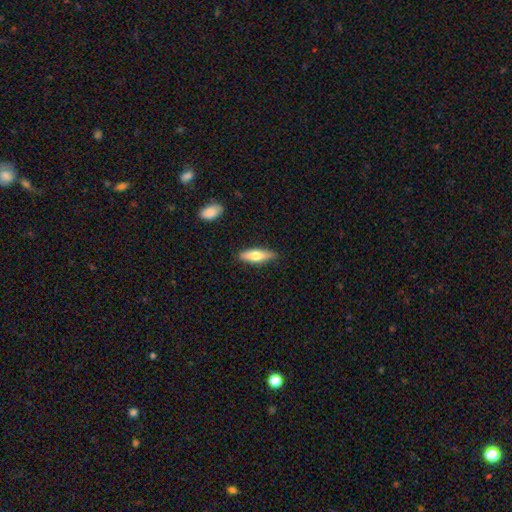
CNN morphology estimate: This is likely a smooth galaxy (65%). How rounded: possibly cigar-shaped (55%). Merging: clearly none (85%).